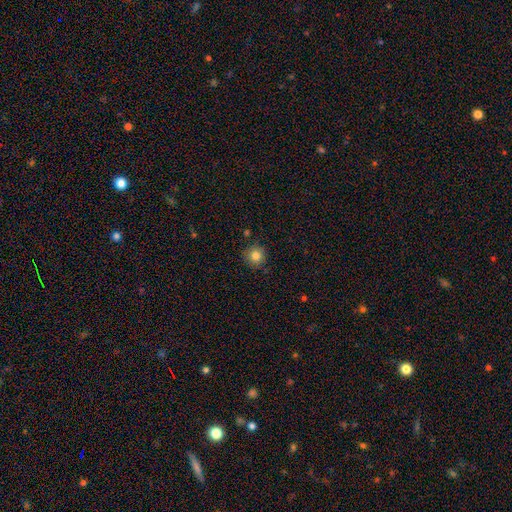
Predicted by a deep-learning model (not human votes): smooth-or-featured: smooth: 82% | star or artifact: 11% | featured or disk: 6%
  how-rounded: round: 94% | in between: 5% | cigar-shaped: 1%
  merging: none: 87% | minor disturbance: 9% | major disturbance: 2% | merger: 2%